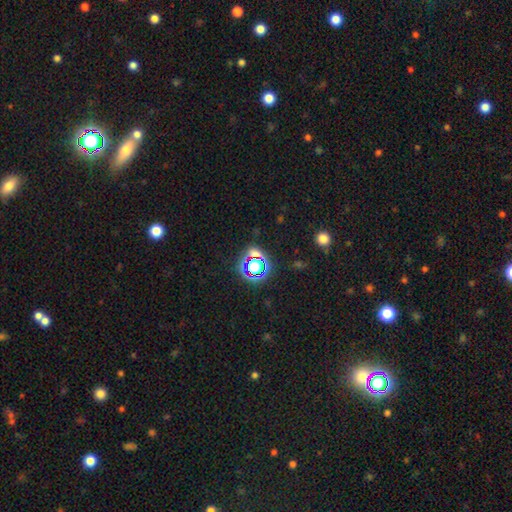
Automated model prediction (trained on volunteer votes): Smooth or featured?
  - star or artifact: 65% *
  - smooth: 25%
  - featured or disk: 11%